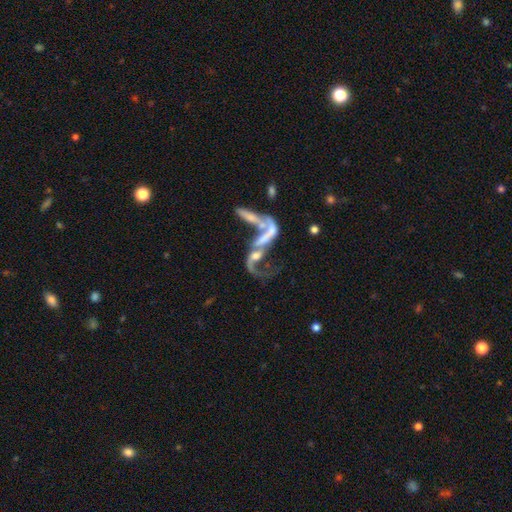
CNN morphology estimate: A featured or disk galaxy (72%) with no bar (63%), spiral arms (59%) and no central bulge (38%).

Vote fractions:
- Smooth or featured? featured or disk: 72% / smooth: 16% / star or artifact: 11%
- Edge-on disk? no: 90% / yes: 10%
- Bar? no: 63% / weak: 24% / strong: 14%
- Spiral arms? yes: 59% / no: 41%
- Bulge size? none: 38% / moderate: 28% / small: 24% / large: 7% / dominant: 2%
- Merging? merger: 59% / major disturbance: 22% / none: 13% / minor disturbance: 7%